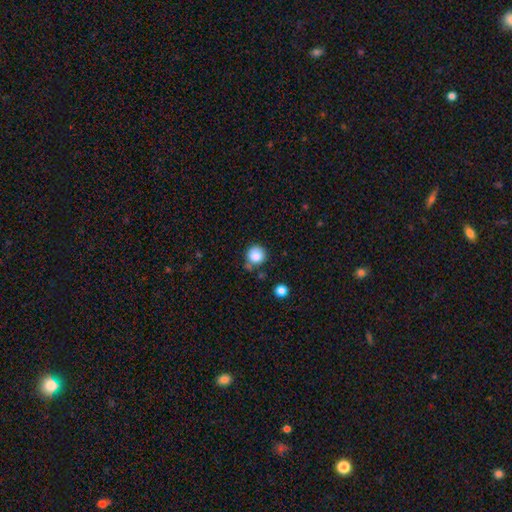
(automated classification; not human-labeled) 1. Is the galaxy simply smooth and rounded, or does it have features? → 86% smooth, 10% star or artifact, 4% featured or disk.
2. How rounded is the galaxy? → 93% round, 6% in between, 1% cigar-shaped.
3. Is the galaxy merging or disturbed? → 73% none, 14% minor disturbance, 8% merger, 4% major disturbance.